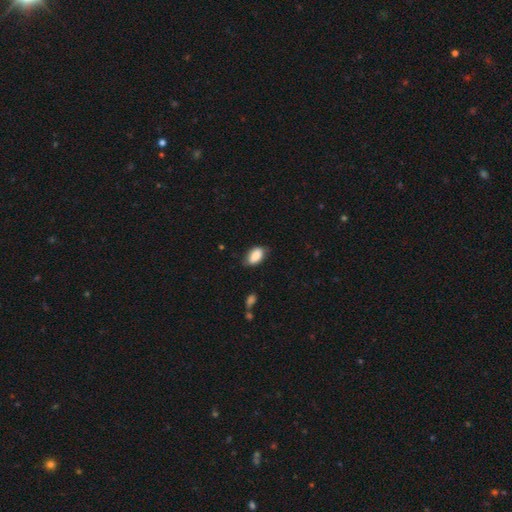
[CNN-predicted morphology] smooth-or-featured: smooth: 87% | star or artifact: 7% | featured or disk: 6%
  how-rounded: in between: 92% | round: 6% | cigar-shaped: 2%
  merging: none: 73% | minor disturbance: 21% | major disturbance: 4% | merger: 2%